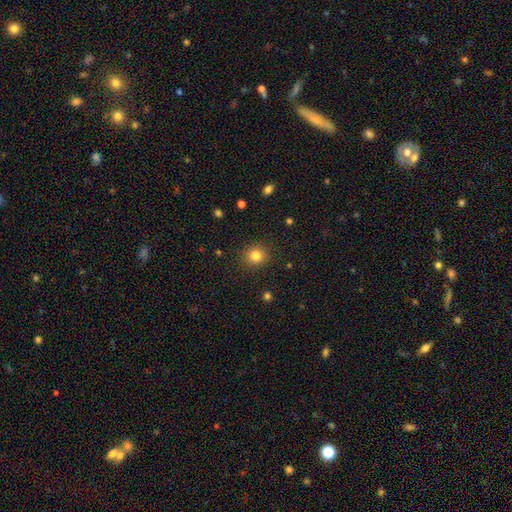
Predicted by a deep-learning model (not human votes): A smooth galaxy with no disk features (83%) that is round (85%).

Vote fractions:
- Smooth or featured? smooth: 83% / star or artifact: 12% / featured or disk: 5%
- How rounded? round: 85% / in between: 14% / cigar-shaped: 1%
- Merging? none: 89% / minor disturbance: 7% / major disturbance: 2% / merger: 1%